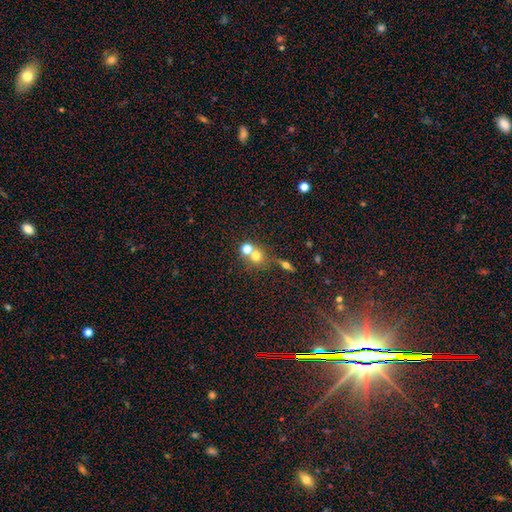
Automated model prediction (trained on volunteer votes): Overall: smooth (67%). How rounded: round (82%). Merging: merger (47%; none 43%).